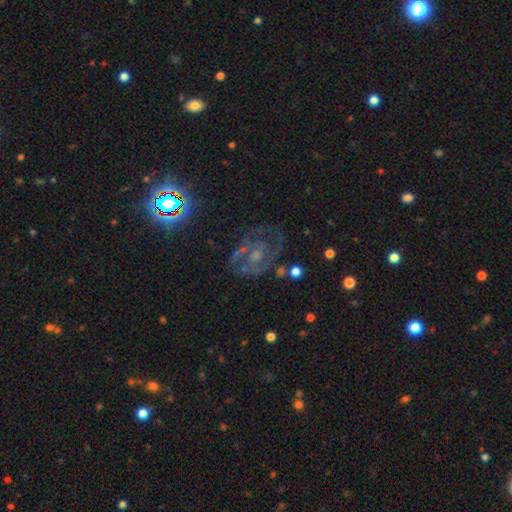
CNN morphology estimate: This is likely a featured or disk galaxy (64%). It is clearly not viewed edge-on (97%). Bar: likely no (62%). Spiral arm pattern: likely yes (78%). Central bulge: possibly small (56%). Merging: likely none (62%).